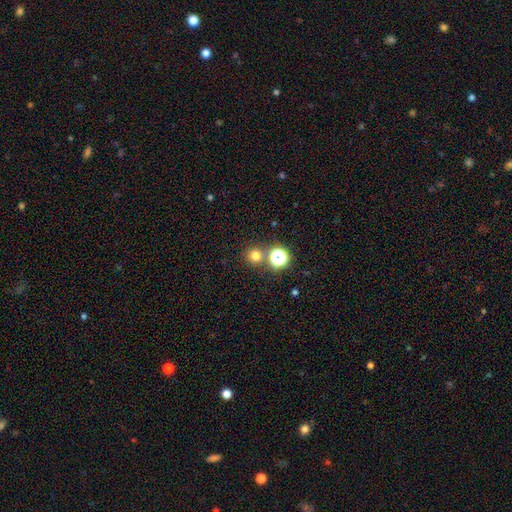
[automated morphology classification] This is likely a smooth galaxy (72%). How rounded: clearly round (93%). Merging: likely none (79%).